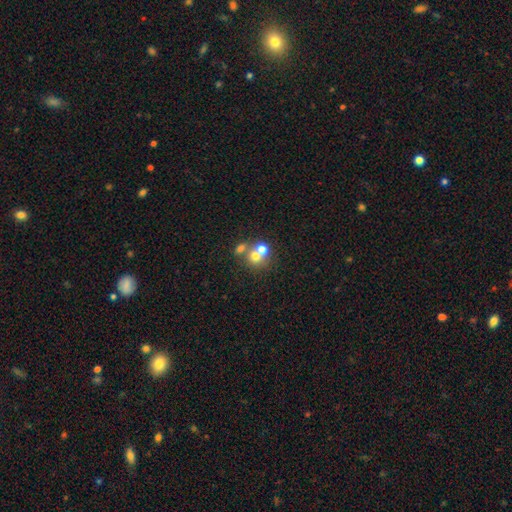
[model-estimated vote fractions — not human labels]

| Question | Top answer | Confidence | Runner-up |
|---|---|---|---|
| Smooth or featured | smooth | 64% | featured or disk (22%) |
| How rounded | round | 80% | in between (19%) |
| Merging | merger | 54% | none (36%) |